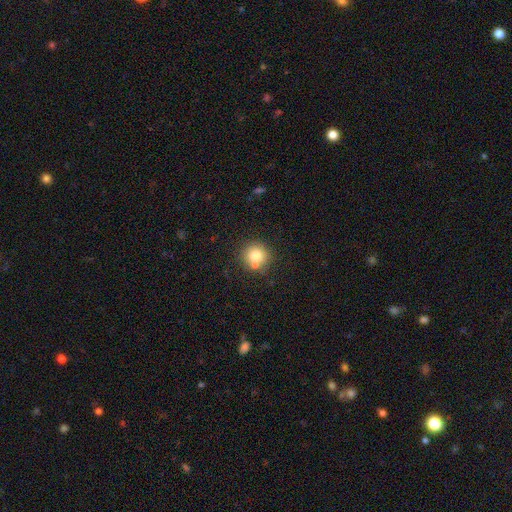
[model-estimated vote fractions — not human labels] smooth-or-featured: smooth: 76% | featured or disk: 13% | star or artifact: 11%
  how-rounded: round: 92% | in between: 7% | cigar-shaped: 1%
  merging: none: 66% | merger: 21% | minor disturbance: 10% | major disturbance: 3%